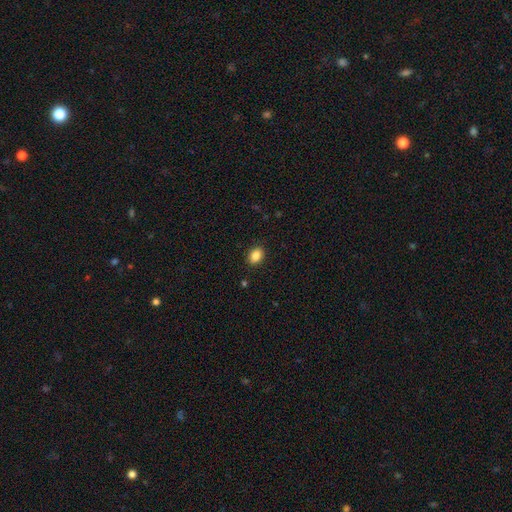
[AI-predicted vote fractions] Smooth or featured? Predicted: smooth (p=0.86). How rounded? Predicted: in between (p=0.76). Merging? Predicted: none (p=0.89).